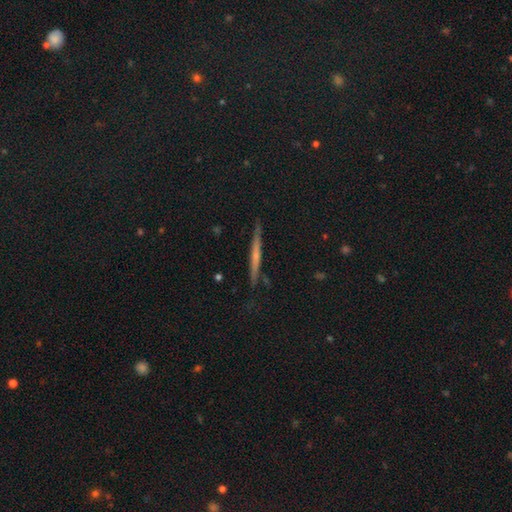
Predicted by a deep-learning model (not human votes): Smooth or featured? featured or disk (57%)
Edge-on disk? yes (97%)
Edge-on bulge? none (62%)
Merging? none (86%)